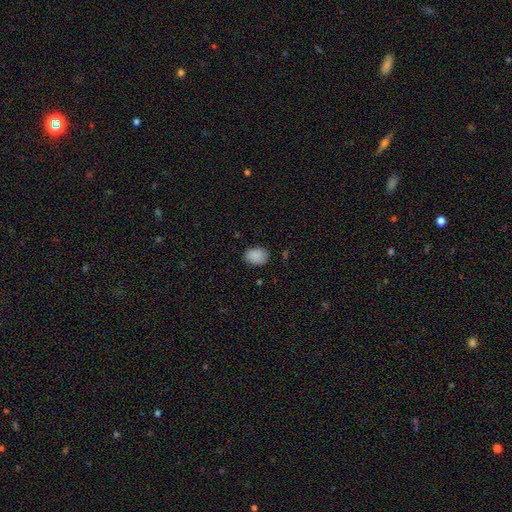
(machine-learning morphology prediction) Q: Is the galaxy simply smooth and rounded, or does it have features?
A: smooth — 87%.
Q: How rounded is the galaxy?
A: in between — 67%.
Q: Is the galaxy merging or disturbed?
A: none — 78%.